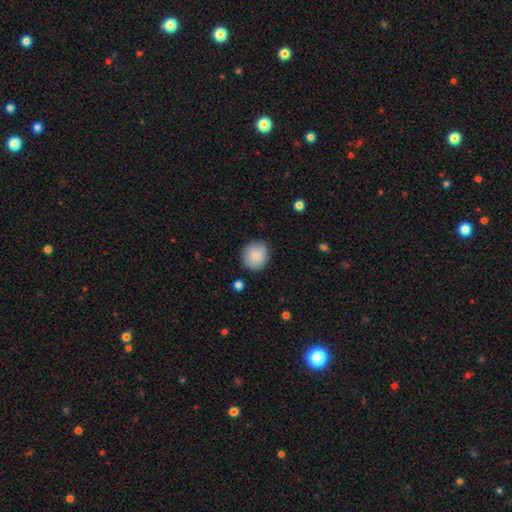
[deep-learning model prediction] Smooth or featured? smooth (88%)
How rounded? round (89%)
Merging? none (89%)